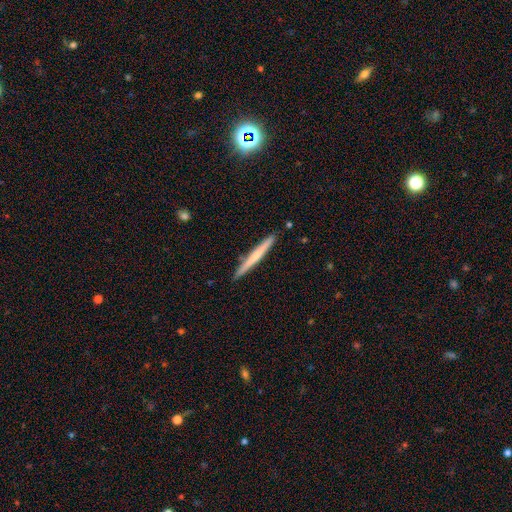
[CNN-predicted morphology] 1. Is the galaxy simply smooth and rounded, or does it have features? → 54% smooth, 41% featured or disk, 5% star or artifact.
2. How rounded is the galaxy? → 97% cigar-shaped, 2% in between, 1% round.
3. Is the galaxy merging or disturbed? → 91% none, 7% minor disturbance, 1% merger, 1% major disturbance.